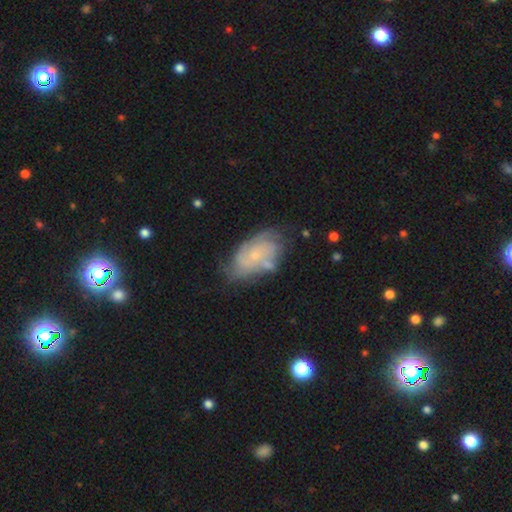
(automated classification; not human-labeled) This appears to be a featured or disk galaxy (69%) with no bar (75%), tight (53%) spiral arms (85%) and a small central bulge (76%). Merging: none (59%).